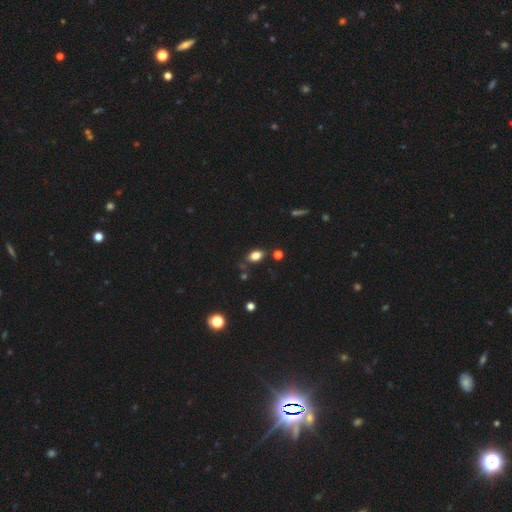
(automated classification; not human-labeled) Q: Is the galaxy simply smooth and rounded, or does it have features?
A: smooth — 81%.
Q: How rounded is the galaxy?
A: in between — 85%.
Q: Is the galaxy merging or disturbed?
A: none — 76%.